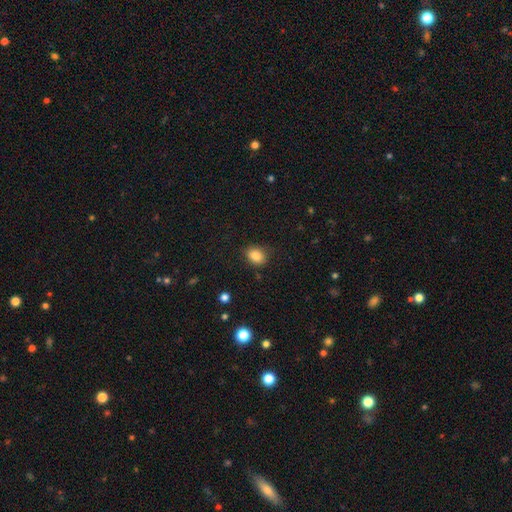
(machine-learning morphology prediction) Overall: smooth (85%). How rounded: in between (55%; round 44%). Merging: none (82%).